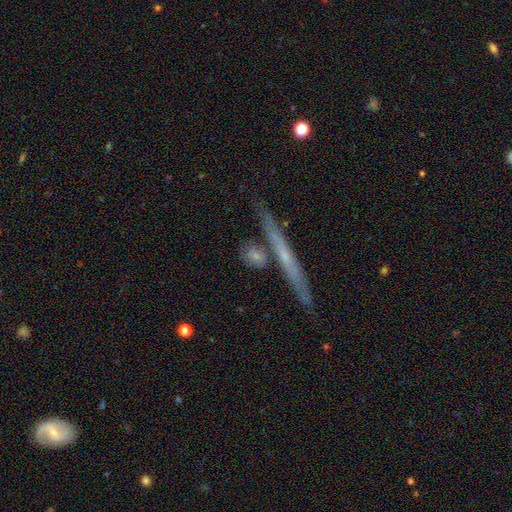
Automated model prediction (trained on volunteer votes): smooth_or_featured: smooth (p=0.61) [alt: featured or disk p=0.29]
how_rounded: round (p=0.38) [alt: cigar-shaped p=0.36]
merging: none (p=0.67) [alt: minor disturbance p=0.15]